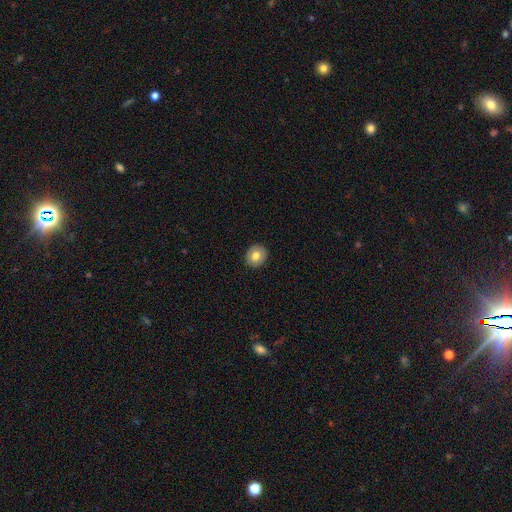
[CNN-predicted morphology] Q: Smooth or featured?
A: smooth (75%); runner-up: featured or disk (17%)
Q: How rounded?
A: round (77%); runner-up: in between (22%)
Q: Merging?
A: none (90%); runner-up: minor disturbance (7%)